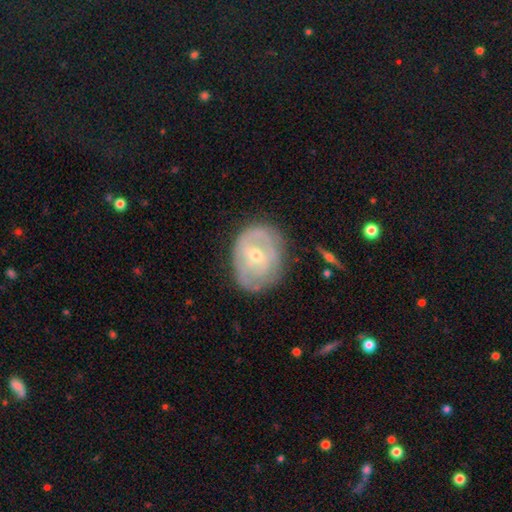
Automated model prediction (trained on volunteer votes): A featured or disk galaxy (64%) with no bar (57%), spiral arms (60%) and a small central bulge (55%). Merging: none (65%).